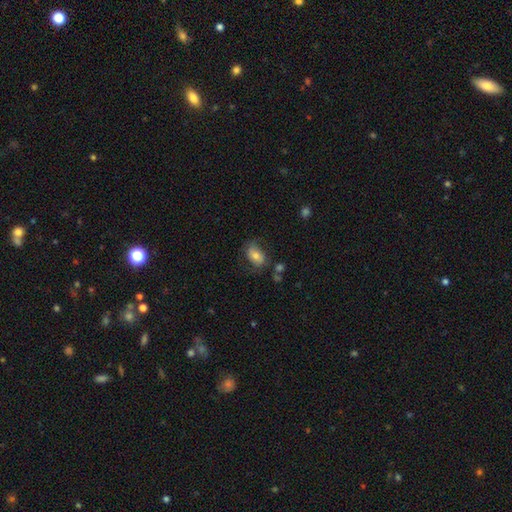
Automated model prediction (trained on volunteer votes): Smooth or featured? Predicted: smooth (p=0.63). How rounded? Predicted: in between (p=0.84). Merging? Predicted: none (p=0.58).